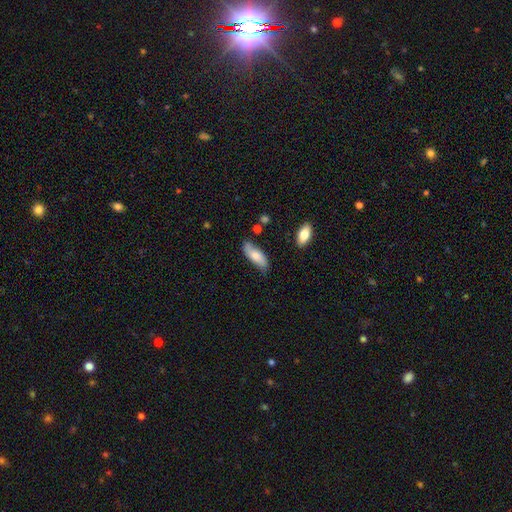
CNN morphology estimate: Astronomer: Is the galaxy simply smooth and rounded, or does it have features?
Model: smooth — 69%.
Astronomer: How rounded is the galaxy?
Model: in between — 73%.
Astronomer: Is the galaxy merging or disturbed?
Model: none — 69%.